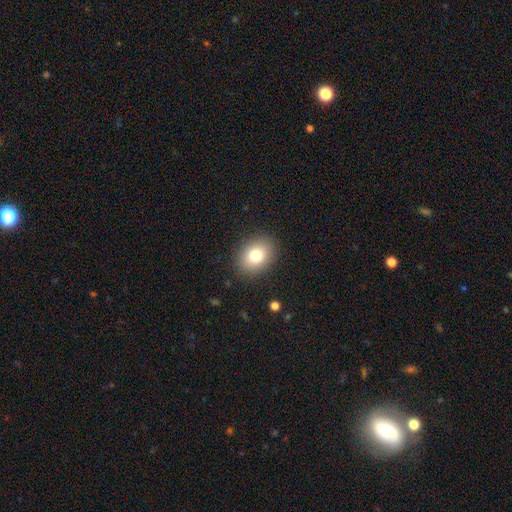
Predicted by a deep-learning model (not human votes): smooth_or_featured: smooth (p=0.78) [alt: featured or disk p=0.11]
how_rounded: in between (p=0.55) [alt: round p=0.44]
merging: none (p=0.89) [alt: minor disturbance p=0.08]